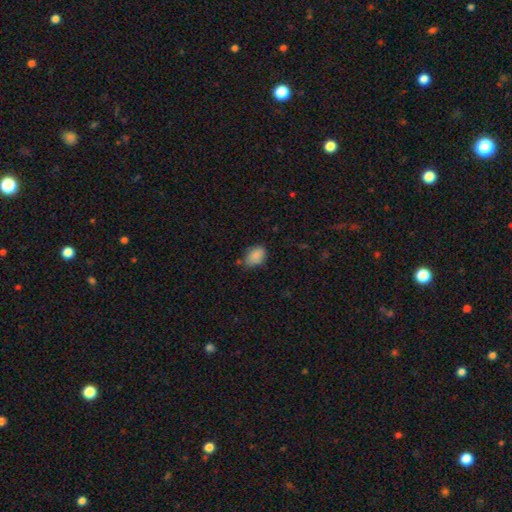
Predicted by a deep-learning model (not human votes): smooth_or_featured: smooth (p=0.87) [alt: star or artifact p=0.09]
how_rounded: in between (p=0.84) [alt: round p=0.15]
merging: none (p=0.63) [alt: minor disturbance p=0.28]